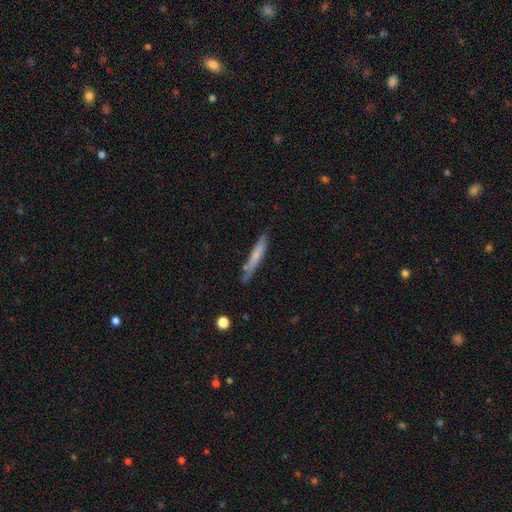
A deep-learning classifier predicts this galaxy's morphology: smooth 60%, featured or disk 34%, star or artifact 6%. Down the decision tree: how rounded — cigar-shaped (93%); merging — none (74%).